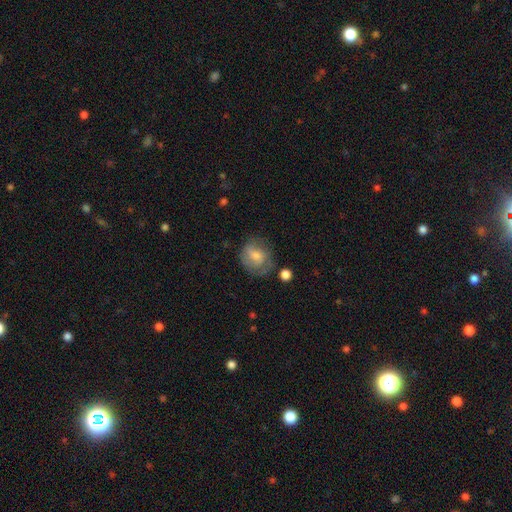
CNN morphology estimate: smooth-or-featured: smooth: 47% | featured or disk: 43% | star or artifact: 10%
  merging: none: 65% | minor disturbance: 22% | major disturbance: 10% | merger: 3%